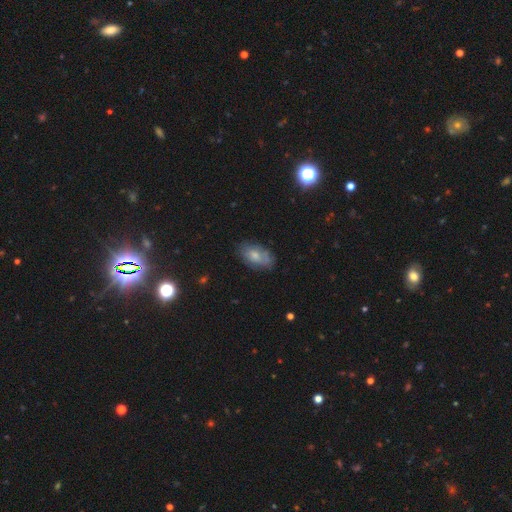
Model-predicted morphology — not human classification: Smooth or featured?
  - smooth: 62% *
  - featured or disk: 30%
  - star or artifact: 8%
How rounded?
  - in between: 92% *
  - round: 5%
  - cigar-shaped: 3%
Merging?
  - none: 68% *
  - minor disturbance: 23%
  - major disturbance: 6%
  - merger: 2%